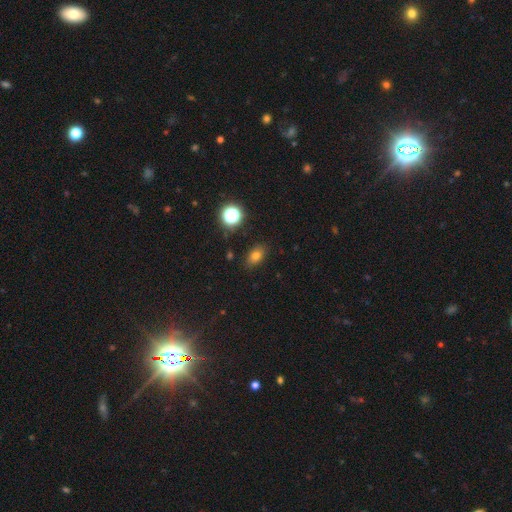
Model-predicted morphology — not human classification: Smooth or featured? Predicted: smooth (p=0.74). How rounded? Predicted: in between (p=0.80). Merging? Predicted: none (p=0.85).